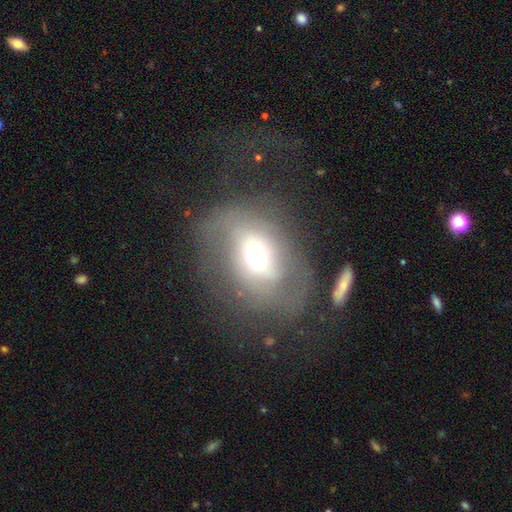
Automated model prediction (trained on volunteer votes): The model was most divided on "smooth or featured": featured or disk: 48%, smooth: 40%, star or artifact: 11%. Remaining: merging — none (44%).